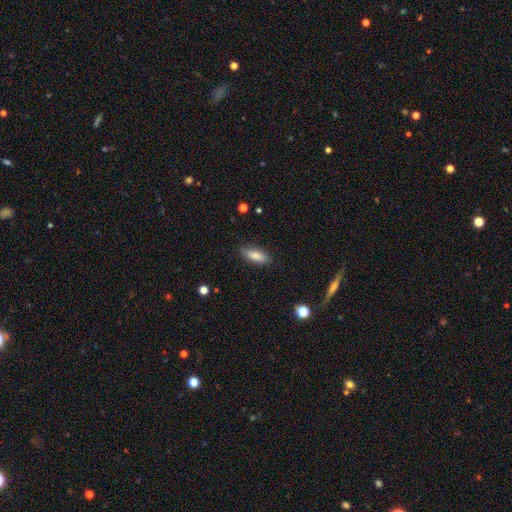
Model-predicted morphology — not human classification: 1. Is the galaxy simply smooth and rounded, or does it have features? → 79% smooth, 14% featured or disk, 7% star or artifact.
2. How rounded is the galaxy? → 62% in between, 36% cigar-shaped, 2% round.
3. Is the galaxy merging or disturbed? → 84% none, 12% minor disturbance, 2% major disturbance, 1% merger.